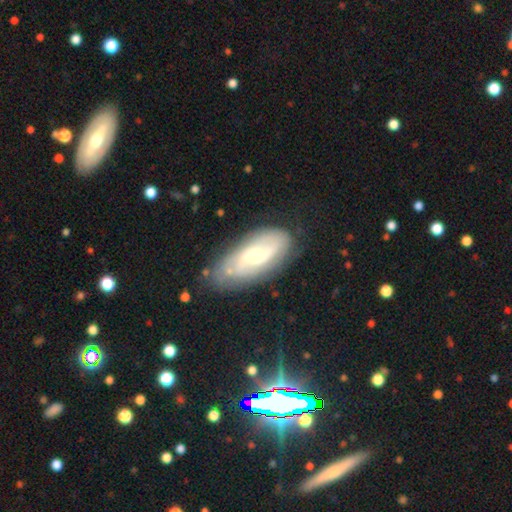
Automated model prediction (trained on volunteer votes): A featured or disk galaxy (75%) with a weak bar (49%), 2 (76%) medium (40%) spiral arms (89%) and a moderate central bulge (53%).

Vote fractions:
- Smooth or featured? featured or disk: 75% / smooth: 19% / star or artifact: 6%
- Edge-on disk? no: 92% / yes: 8%
- Bar? weak: 49% / no: 36% / strong: 15%
- Spiral arms? yes: 89% / no: 11%
- Spiral winding? medium: 40% / loose: 37% / tight: 23%
- Spiral arm count? 2: 76% / can't tell: 15% / 1: 3% / 3: 3% / 4: 2% / more than 4: 1%
- Bulge size? moderate: 53% / small: 41% / large: 4% / none: 1% / dominant: 1%
- Merging? none: 74% / minor disturbance: 18% / major disturbance: 5% / merger: 3%